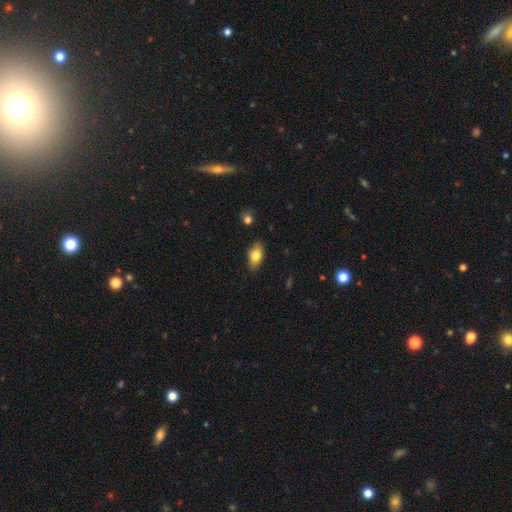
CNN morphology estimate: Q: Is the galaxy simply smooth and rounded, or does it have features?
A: smooth — 79%.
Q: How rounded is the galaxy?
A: in between — 91%.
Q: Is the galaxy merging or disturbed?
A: none — 84%.